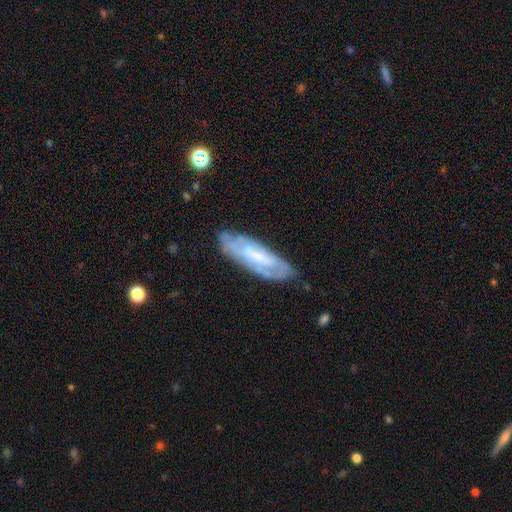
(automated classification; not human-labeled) Overall: featured or disk (58%; smooth 35%). Edge-on disk: no (73%). Merging: none (72%).